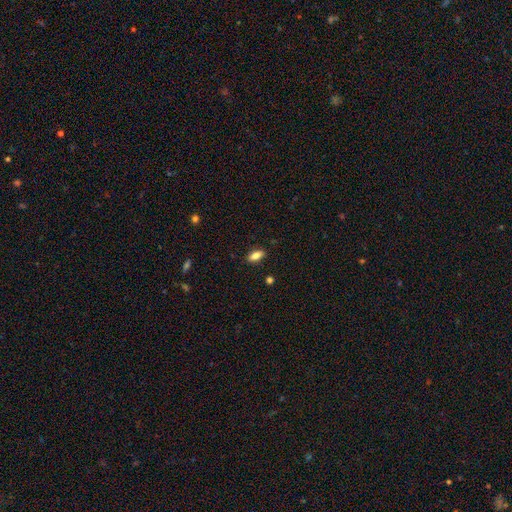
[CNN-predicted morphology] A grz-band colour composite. It shows a smooth galaxy with no disk features (82%) that is in between round and cigar-shaped (86%). Merging: none (88%).